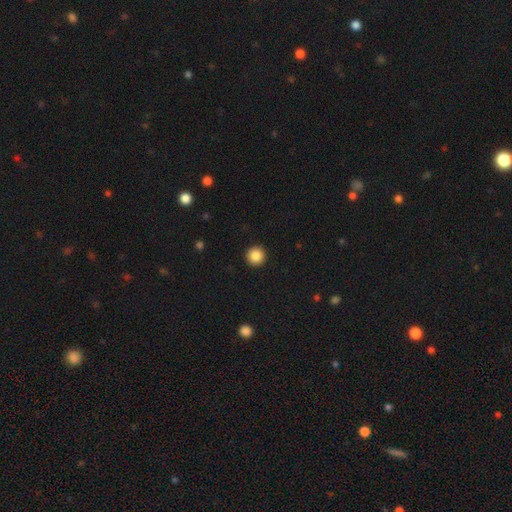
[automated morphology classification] Smooth or featured: smooth — 87% (star or artifact — 9%)
How rounded: round — 96% (in between — 3%)
Merging: none — 94% (minor disturbance — 4%)